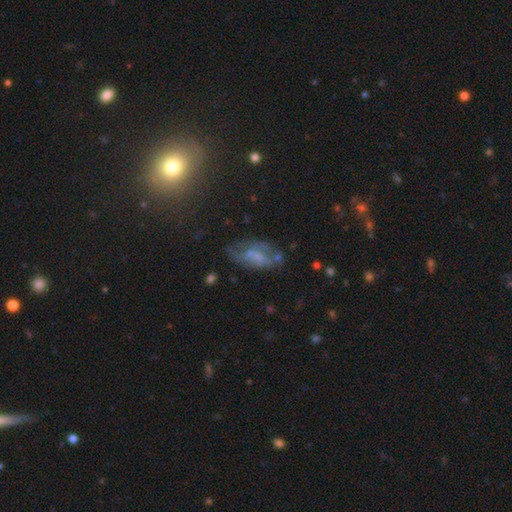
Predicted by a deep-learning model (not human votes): Smooth or featured?
  - featured or disk: 49% *
  - smooth: 38%
  - star or artifact: 13%
Merging?
  - none: 47% *
  - minor disturbance: 27%
  - major disturbance: 21%
  - merger: 6%